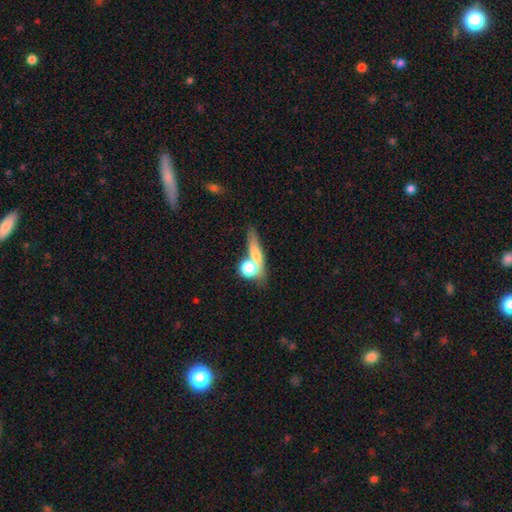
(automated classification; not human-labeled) A smooth galaxy with no disk features (63%) that is cigar-shaped (46%). Merging: none (51%).